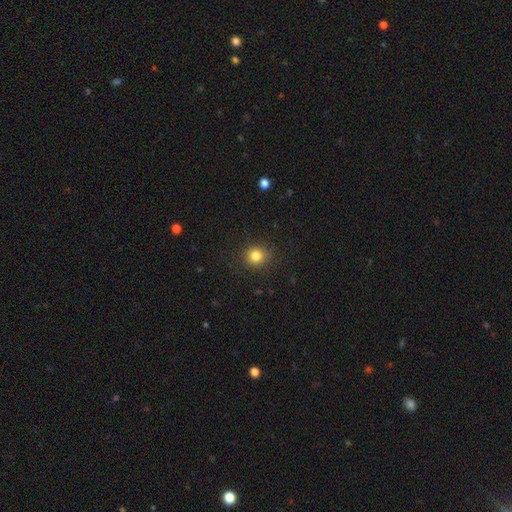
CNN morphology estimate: A smooth galaxy with no disk features (82%) that is round (87%).

Vote fractions:
- Smooth or featured? smooth: 82% / star or artifact: 12% / featured or disk: 5%
- How rounded? round: 87% / in between: 12% / cigar-shaped: 1%
- Merging? none: 89% / minor disturbance: 7% / major disturbance: 3% / merger: 1%